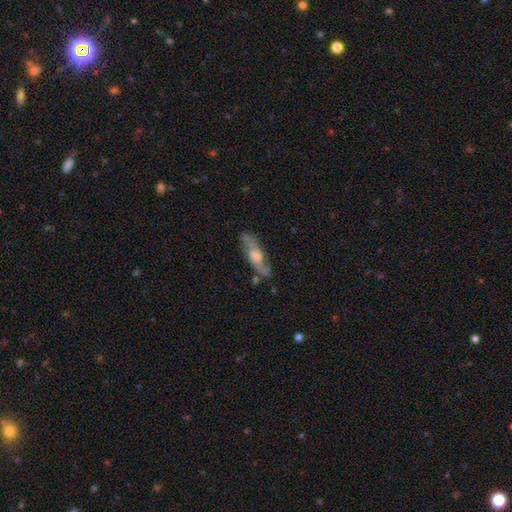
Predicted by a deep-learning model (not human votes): Smooth or featured?
  - featured or disk: 74% *
  - smooth: 20%
  - star or artifact: 6%
Edge-on disk?
  - no: 77% *
  - yes: 23%
Bar?
  - no: 58% *
  - weak: 35%
  - strong: 8%
Spiral arms?
  - yes: 88% *
  - no: 12%
Bulge size?
  - moderate: 59% *
  - small: 18%
  - large: 18%
  - none: 4%
  - dominant: 1%
Merging?
  - none: 77% *
  - minor disturbance: 16%
  - major disturbance: 5%
  - merger: 2%